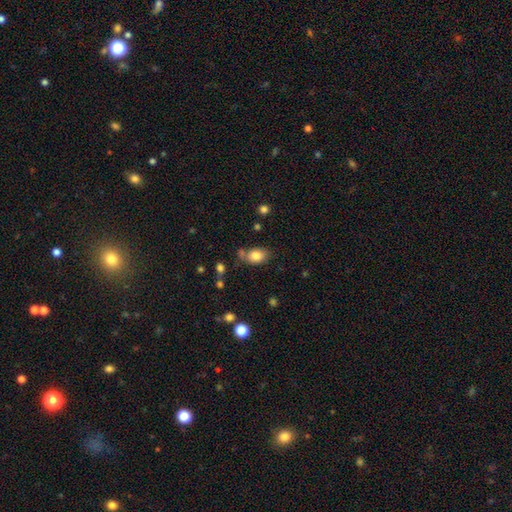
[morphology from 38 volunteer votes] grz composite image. It shows a smooth galaxy with no disk features (82%) that is in between round and cigar-shaped (77%). Merging: none (53%).